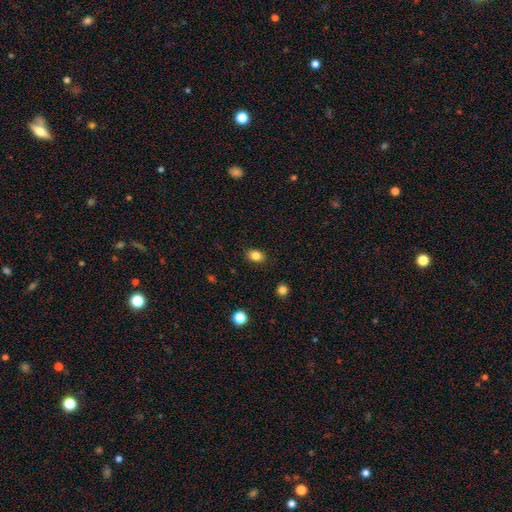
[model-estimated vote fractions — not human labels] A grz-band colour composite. It shows a smooth galaxy with no disk features (84%) that is in between round and cigar-shaped (76%). Merging: none (87%).